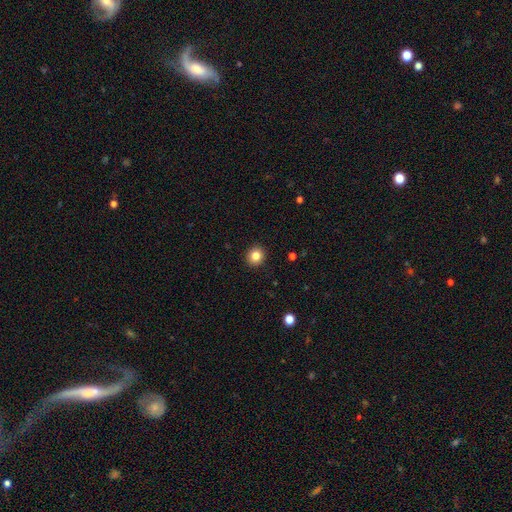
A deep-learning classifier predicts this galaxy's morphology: Q: Smooth or featured?
A: smooth (83%); runner-up: star or artifact (11%)
Q: How rounded?
A: round (89%); runner-up: in between (10%)
Q: Merging?
A: none (92%); runner-up: minor disturbance (5%)